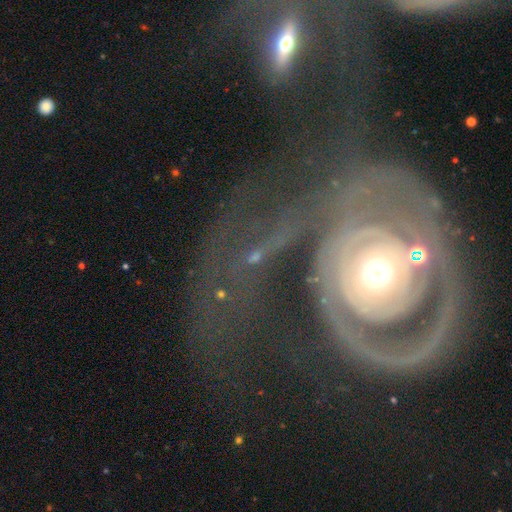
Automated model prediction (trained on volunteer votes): A star or artifact, not a galaxy (47%).